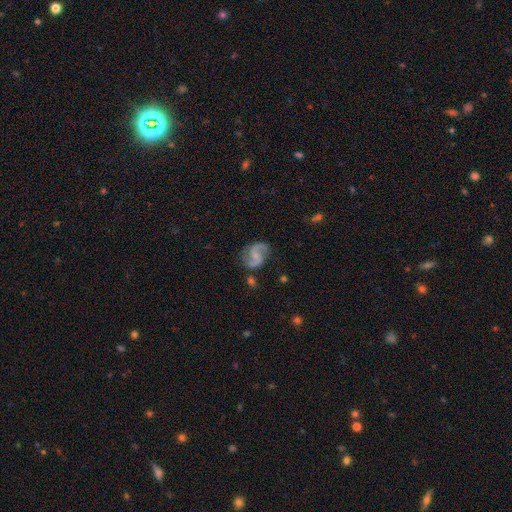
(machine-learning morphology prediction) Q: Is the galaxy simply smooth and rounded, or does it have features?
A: featured or disk — 87%.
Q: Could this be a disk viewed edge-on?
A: no — 98%.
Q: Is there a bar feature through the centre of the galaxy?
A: weak — 46%.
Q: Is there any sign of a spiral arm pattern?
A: yes — 96%.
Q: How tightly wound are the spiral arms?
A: loose — 46%.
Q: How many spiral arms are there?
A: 2 — 93%.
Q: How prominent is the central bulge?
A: small — 50%.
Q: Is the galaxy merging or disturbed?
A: none — 78%.